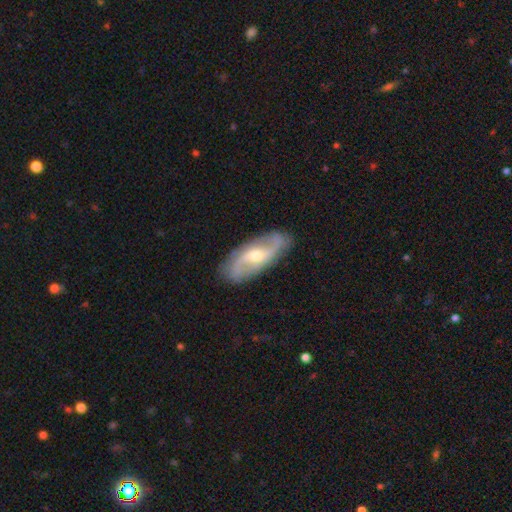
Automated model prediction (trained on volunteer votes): A featured or disk galaxy (82%) with a weak bar (46%), 2 (85%) loose (42%) spiral arms (94%) and a moderate central bulge (54%).

Vote fractions:
- Smooth or featured? featured or disk: 82% / smooth: 13% / star or artifact: 5%
- Edge-on disk? no: 91% / yes: 9%
- Bar? weak: 46% / no: 38% / strong: 16%
- Spiral arms? yes: 94% / no: 6%
- Spiral winding? loose: 42% / medium: 40% / tight: 18%
- Spiral arm count? 2: 85% / can't tell: 7% / 3: 3% / 1: 2% / 4: 1% / more than 4: 1%
- Bulge size? moderate: 54% / small: 42% / large: 2% / none: 1% / dominant: 1%
- Merging? none: 84% / minor disturbance: 12% / major disturbance: 3% / merger: 1%